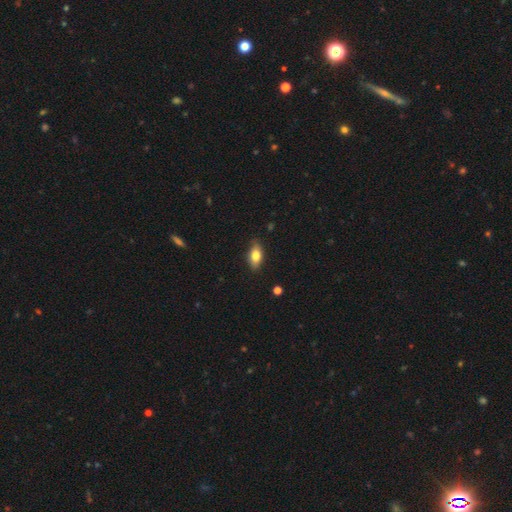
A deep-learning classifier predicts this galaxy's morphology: The model was most divided on "smooth or featured": smooth: 77%, featured or disk: 16%, star or artifact: 7%. More confident: how rounded — in between (86%); merging — none (83%).